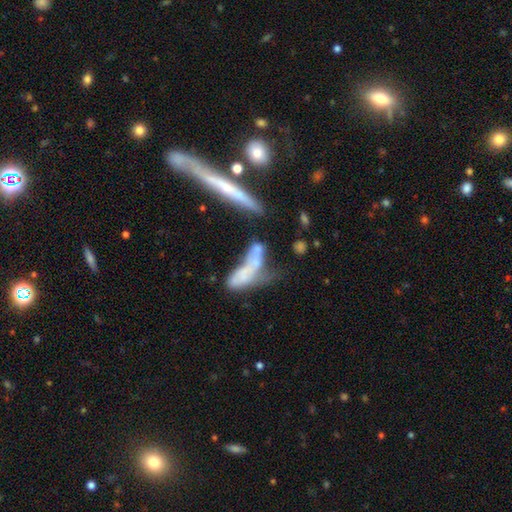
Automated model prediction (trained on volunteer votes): Morphology: type=smooth (50%); merging=merger (56%).